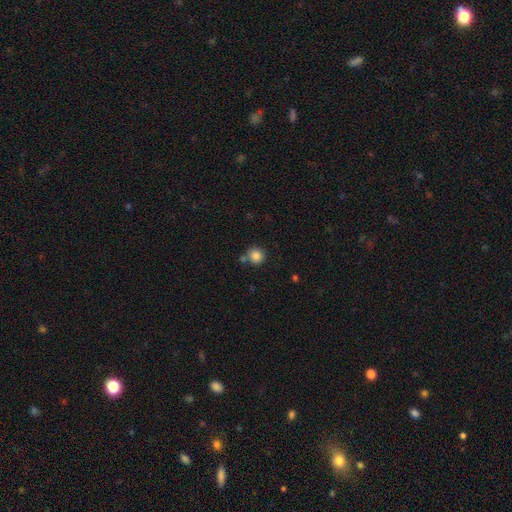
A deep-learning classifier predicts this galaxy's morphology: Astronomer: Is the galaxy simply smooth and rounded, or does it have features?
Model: smooth — 85%.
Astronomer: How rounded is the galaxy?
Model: round — 92%.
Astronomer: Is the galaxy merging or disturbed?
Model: none — 73%.